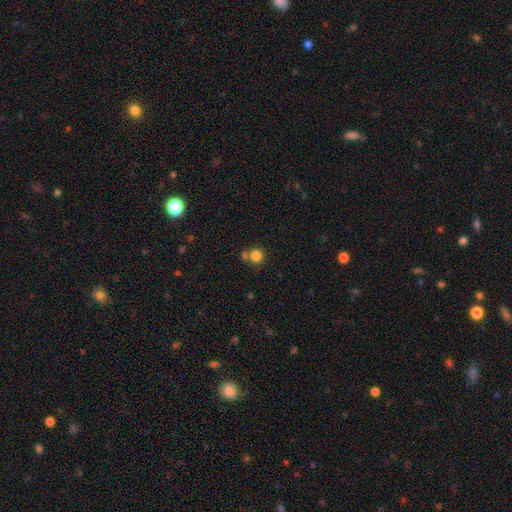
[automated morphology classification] The model was most divided on "merging": none: 62%, merger: 25%, minor disturbance: 10%, major disturbance: 4%. More confident: how rounded — round (91%); smooth or featured — smooth (83%).